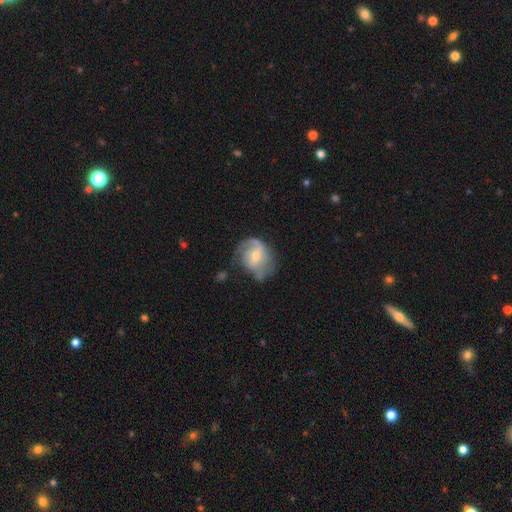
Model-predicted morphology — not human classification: Smooth or featured? Predicted: featured or disk (p=0.71). Edge-on disk? Predicted: no (p=0.97). Bar? Predicted: weak (p=0.51). Spiral arms? Predicted: yes (p=0.86). Spiral winding? Predicted: medium (p=0.43). Spiral arm count? Predicted: 2 (p=0.54). Bulge size? Predicted: moderate (p=0.49). Merging? Predicted: none (p=0.49).